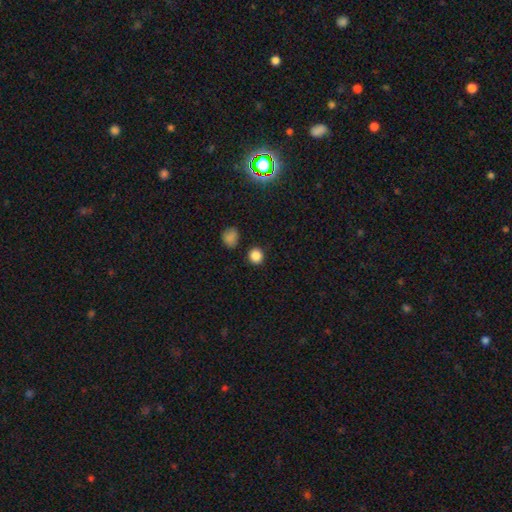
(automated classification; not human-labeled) smooth_or_featured: smooth (p=0.85) [alt: star or artifact p=0.12]
how_rounded: round (p=0.88) [alt: in between p=0.11]
merging: none (p=0.87) [alt: minor disturbance p=0.08]